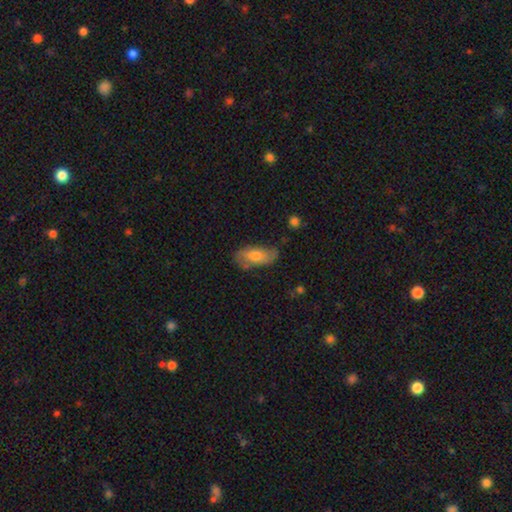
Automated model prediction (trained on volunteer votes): The model was most divided on "smooth or featured": smooth: 58%, featured or disk: 36%, star or artifact: 7%. More confident: how rounded — in between (86%); merging — none (63%).